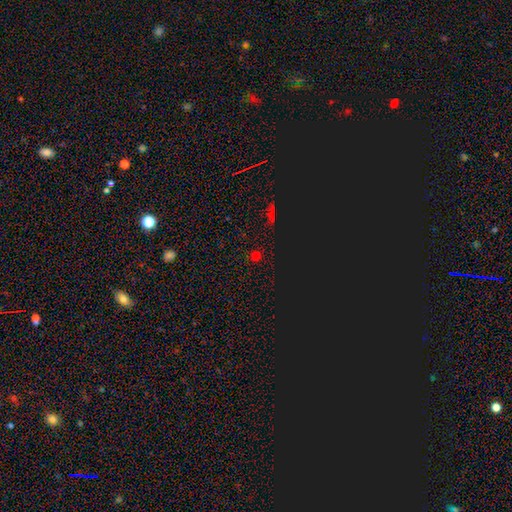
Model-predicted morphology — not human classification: Q: Smooth or featured?
A: smooth (47%); tied with: star or artifact (47%)
Q: Merging?
A: none (88%); runner-up: minor disturbance (7%)